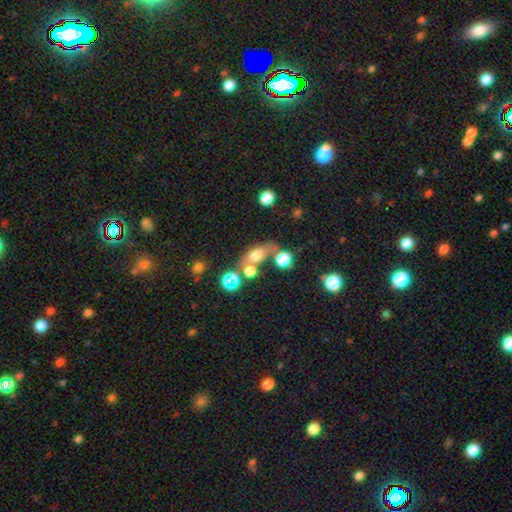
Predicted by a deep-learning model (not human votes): smooth 61%, featured or disk 23%, star or artifact 16%. Down the decision tree: how rounded — in between (65%); merging — none (41%).